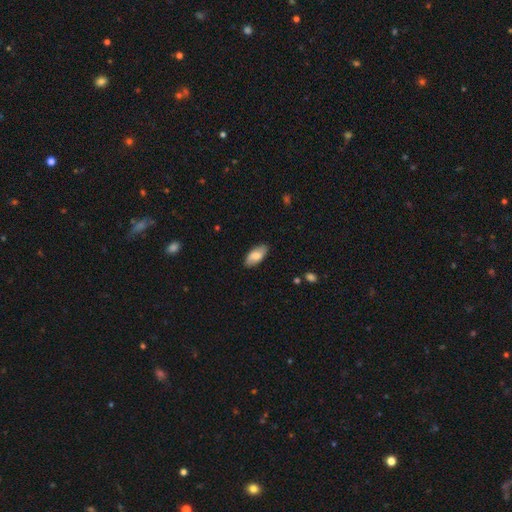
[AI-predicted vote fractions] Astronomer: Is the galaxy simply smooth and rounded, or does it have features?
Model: smooth — 76%.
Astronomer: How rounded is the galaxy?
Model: in between — 90%.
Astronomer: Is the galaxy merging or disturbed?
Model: none — 85%.